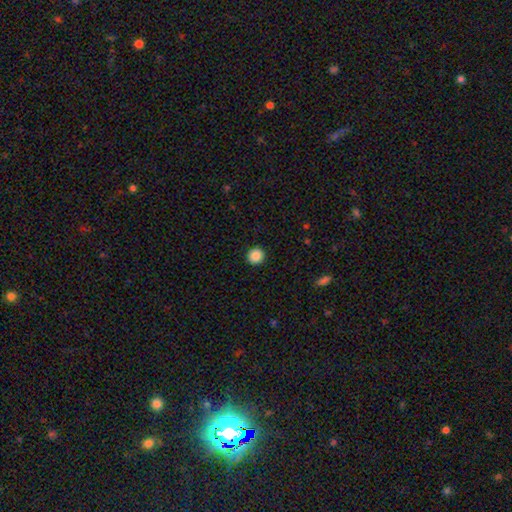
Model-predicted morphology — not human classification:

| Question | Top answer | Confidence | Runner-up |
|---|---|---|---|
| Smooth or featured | smooth | 87% | star or artifact (9%) |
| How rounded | round | 94% | in between (5%) |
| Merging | none | 93% | minor disturbance (4%) |